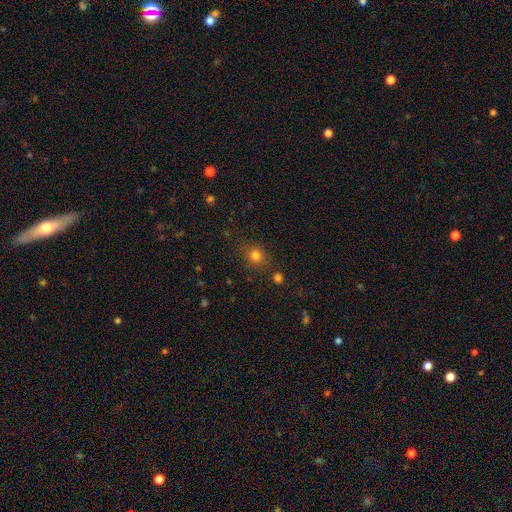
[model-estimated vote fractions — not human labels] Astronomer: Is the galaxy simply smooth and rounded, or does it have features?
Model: smooth — 79%.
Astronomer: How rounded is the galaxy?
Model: round — 83%.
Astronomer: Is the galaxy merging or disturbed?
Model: none — 81%.